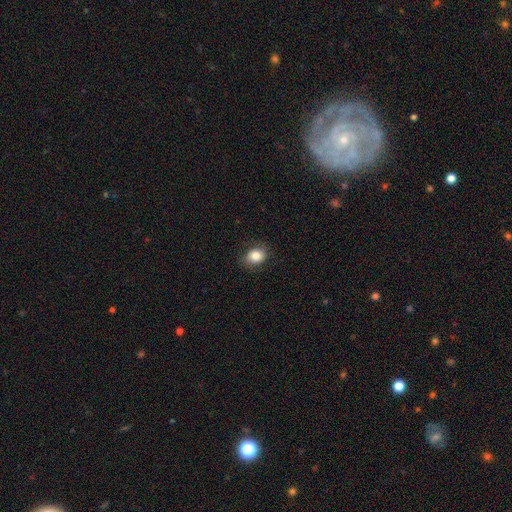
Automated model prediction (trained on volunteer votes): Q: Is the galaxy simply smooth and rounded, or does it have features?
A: smooth — 83%.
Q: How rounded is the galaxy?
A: in between — 57%.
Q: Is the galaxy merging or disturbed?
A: none — 82%.